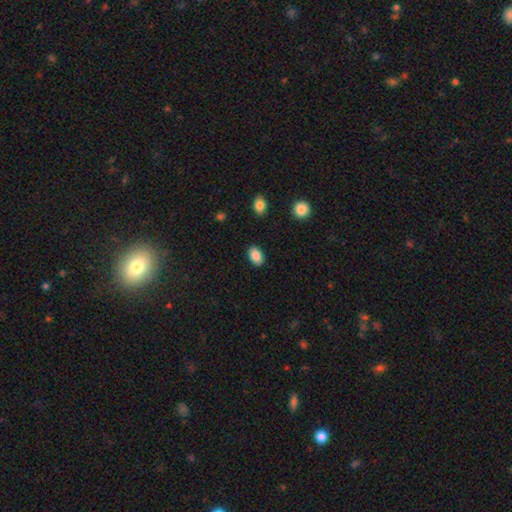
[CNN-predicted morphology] smooth-or-featured: smooth: 88% | star or artifact: 8% | featured or disk: 4%
  how-rounded: in between: 88% | round: 11% | cigar-shaped: 1%
  merging: none: 89% | minor disturbance: 8% | major disturbance: 2% | merger: 1%